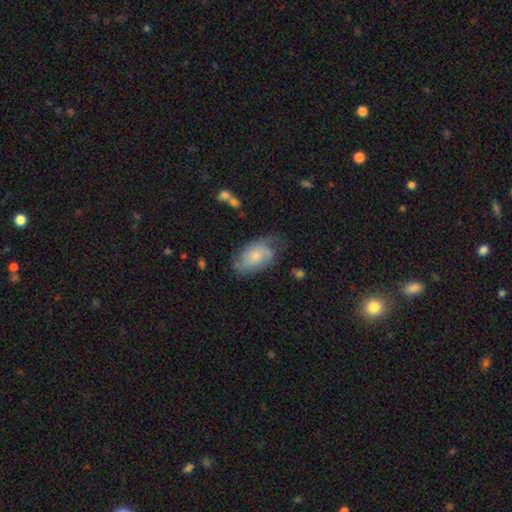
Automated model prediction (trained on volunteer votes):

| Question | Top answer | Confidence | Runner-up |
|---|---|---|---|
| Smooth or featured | smooth | 49% | featured or disk (44%) |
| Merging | none | 53% | minor disturbance (31%) |